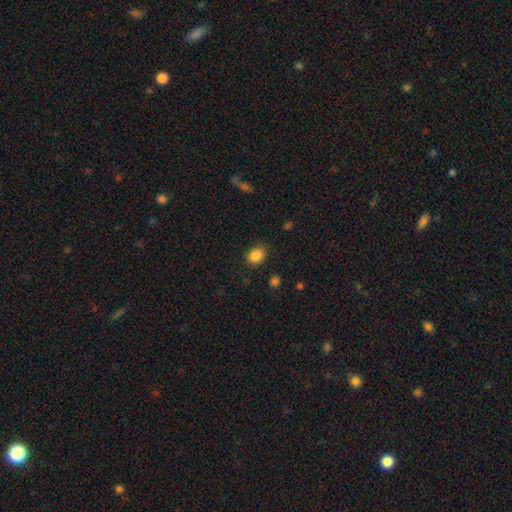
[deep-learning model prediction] Overall: smooth (87%). How rounded: in between (59%; round 40%). Merging: none (86%).